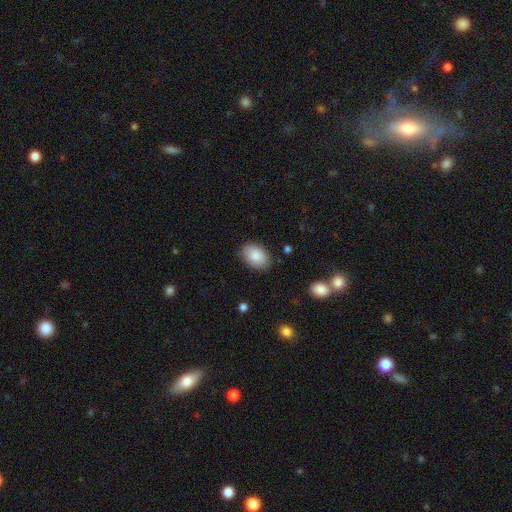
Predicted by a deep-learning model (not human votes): smooth 87%, star or artifact 7%, featured or disk 6%. Down the decision tree: how rounded — in between (89%); merging — none (85%).